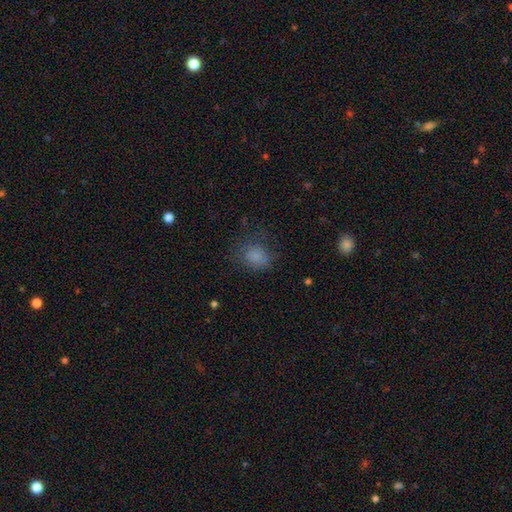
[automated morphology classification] Overall: smooth (79%). How rounded: round (57%; in between 42%). Merging: none (64%).